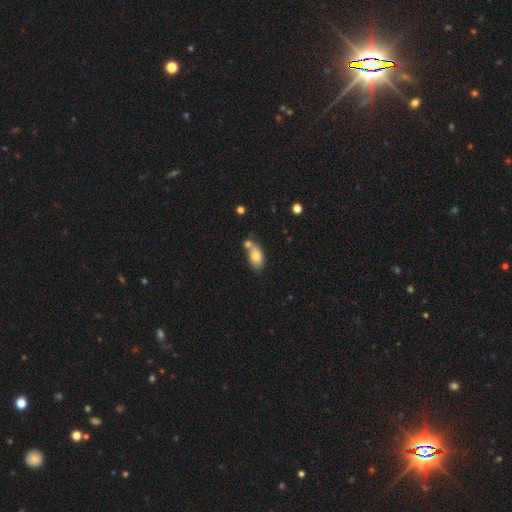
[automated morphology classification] Overall: smooth (75%). How rounded: in between (89%). Merging: none (41%; merger 40%).